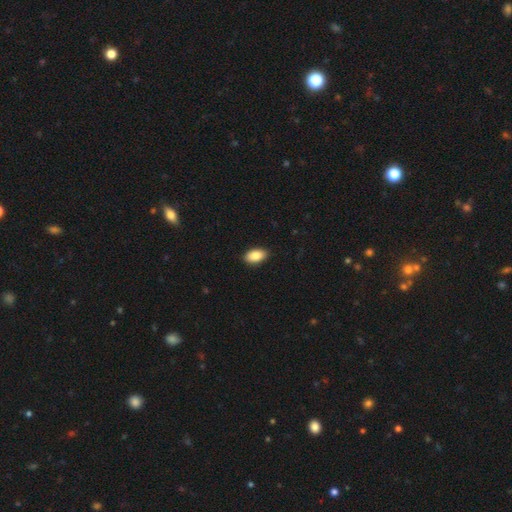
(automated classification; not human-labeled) Smooth or featured?
  - smooth: 87% *
  - star or artifact: 7%
  - featured or disk: 6%
How rounded?
  - in between: 93% *
  - round: 5%
  - cigar-shaped: 2%
Merging?
  - none: 90% *
  - minor disturbance: 7%
  - major disturbance: 2%
  - merger: 1%